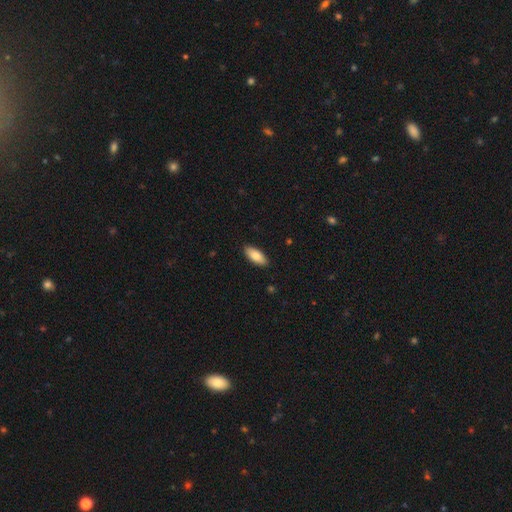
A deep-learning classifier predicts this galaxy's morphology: Smooth or featured: smooth — 82% (featured or disk — 12%)
How rounded: in between — 85% (cigar-shaped — 13%)
Merging: none — 90% (minor disturbance — 8%)